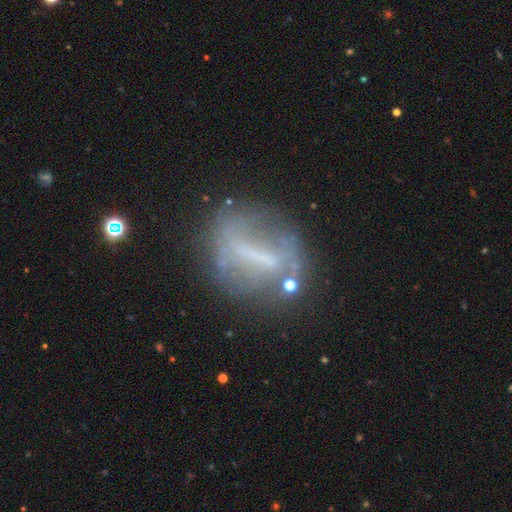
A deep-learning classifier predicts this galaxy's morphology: Q: Smooth or featured?
A: featured or disk (55%); runner-up: smooth (31%)
Q: Edge-on disk?
A: no (82%); runner-up: yes (18%)
Q: Merging?
A: none (58%); runner-up: minor disturbance (20%)